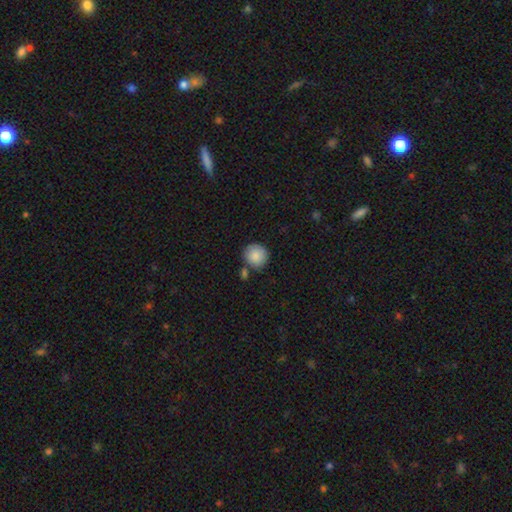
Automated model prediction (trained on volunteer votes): Morphology: type=smooth (88%); roundness=round (92%); merging=none (72%).